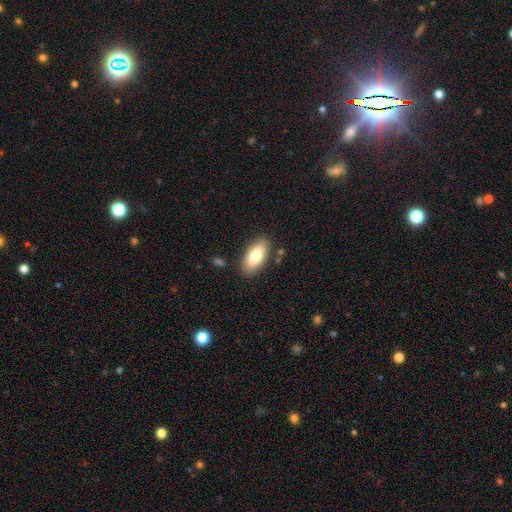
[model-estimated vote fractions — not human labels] Smooth or featured? Predicted: smooth (p=0.75). How rounded? Predicted: in between (p=0.90). Merging? Predicted: none (p=0.85).